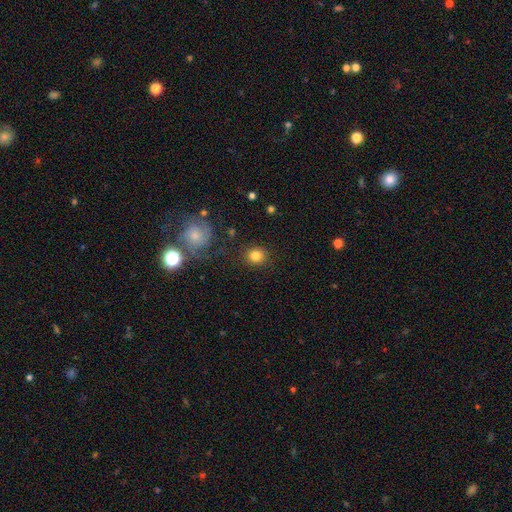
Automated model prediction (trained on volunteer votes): Smooth or featured? Predicted: smooth (p=0.83). How rounded? Predicted: round (p=0.83). Merging? Predicted: none (p=0.86).